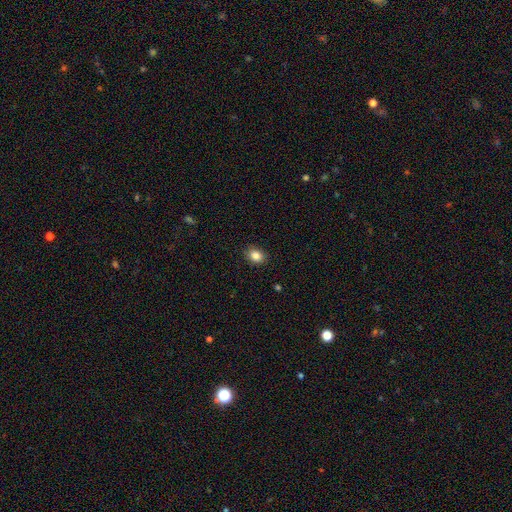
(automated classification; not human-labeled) Smooth or featured? Predicted: smooth (p=0.85). How rounded? Predicted: in between (p=0.62). Merging? Predicted: none (p=0.88).